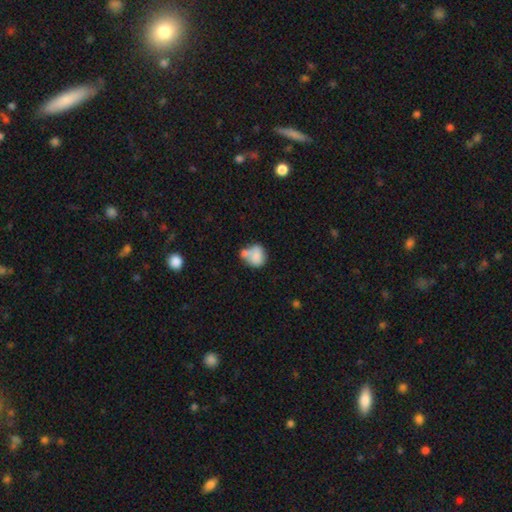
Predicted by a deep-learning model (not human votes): The model was most divided on "merging": merger: 43%, none: 29%, minor disturbance: 19%, major disturbance: 10%. More confident: smooth or featured — smooth (75%); how rounded — round (59%).